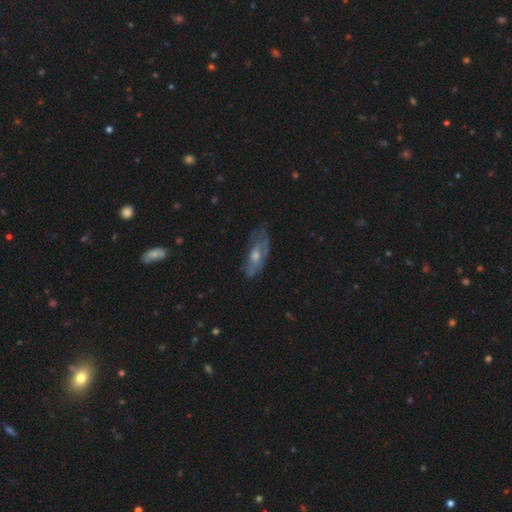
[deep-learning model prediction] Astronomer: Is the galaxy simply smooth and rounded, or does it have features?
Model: featured or disk — 56% (runner-up: smooth, 34%).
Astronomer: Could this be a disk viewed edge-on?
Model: no — 77%.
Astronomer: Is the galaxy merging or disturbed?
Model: none — 54%.